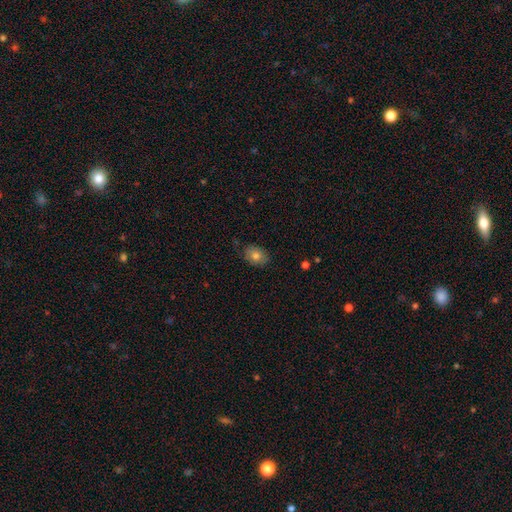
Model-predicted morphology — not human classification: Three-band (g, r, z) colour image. It shows a smooth galaxy with no disk features (79%) that is in between round and cigar-shaped (64%). Merging: none (82%).